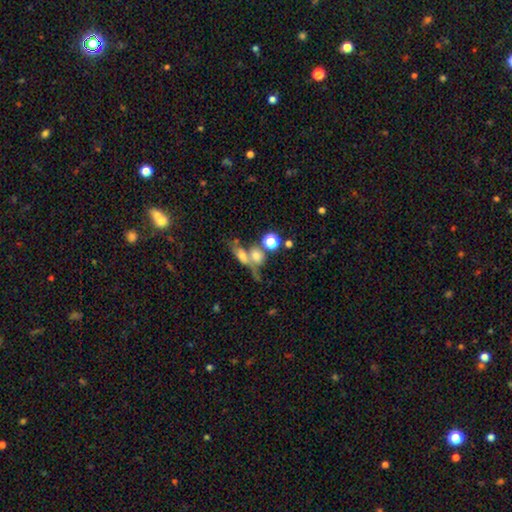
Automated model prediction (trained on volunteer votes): smooth_or_featured: smooth (p=0.60) [alt: featured or disk p=0.24]
how_rounded: round (p=0.45) [alt: in between p=0.43]
merging: merger (p=0.50) [alt: none p=0.30]